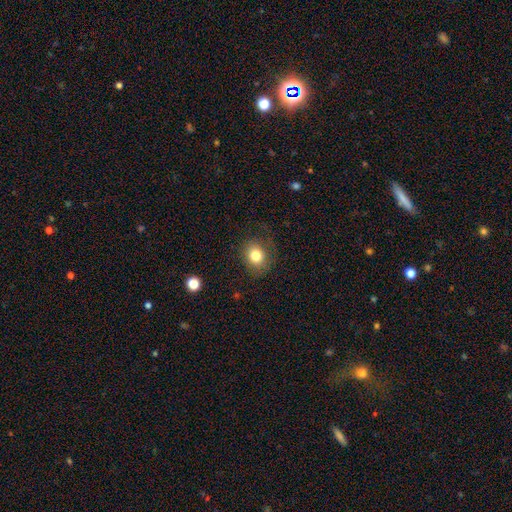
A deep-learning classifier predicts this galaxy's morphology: type=smooth (80%); roundness=round (69%); merging=none (77%).